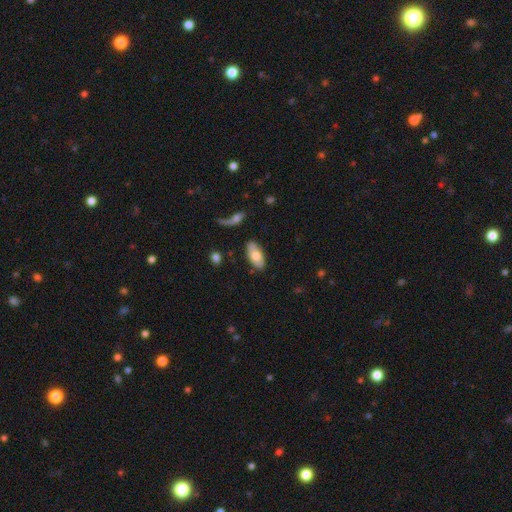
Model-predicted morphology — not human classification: type=smooth (68%); roundness=in between (91%); merging=none (79%).